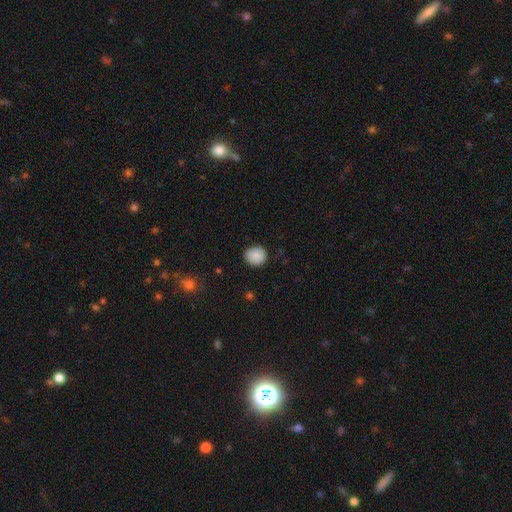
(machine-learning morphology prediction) smooth_or_featured: smooth (p=0.89) [alt: star or artifact p=0.08]
how_rounded: round (p=0.84) [alt: in between p=0.16]
merging: none (p=0.87) [alt: minor disturbance p=0.09]